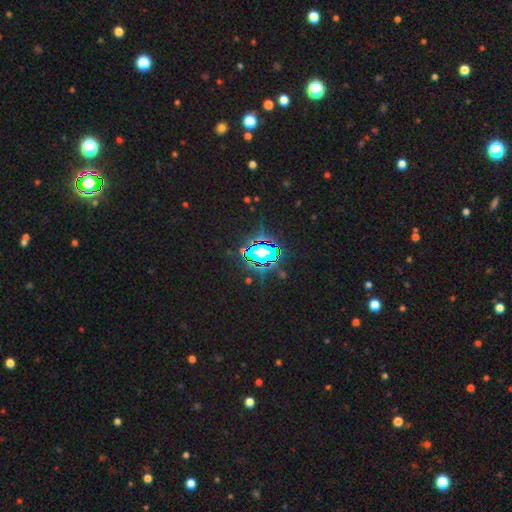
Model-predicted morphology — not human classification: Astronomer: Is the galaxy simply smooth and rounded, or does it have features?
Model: star or artifact — 75%.